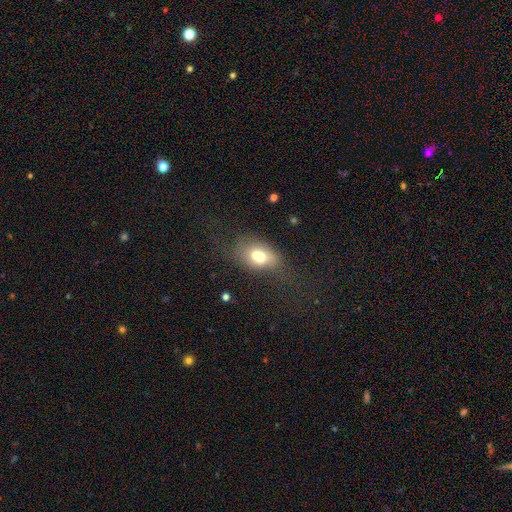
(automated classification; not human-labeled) Smooth or featured? Predicted: smooth (p=0.62). How rounded? Predicted: in between (p=0.71). Merging? Predicted: merger (p=0.52).